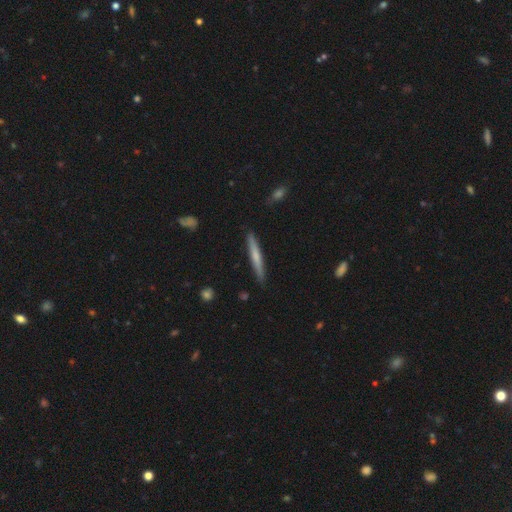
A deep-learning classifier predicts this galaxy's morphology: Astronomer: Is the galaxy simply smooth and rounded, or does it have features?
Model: smooth — 56% (runner-up: featured or disk, 39%).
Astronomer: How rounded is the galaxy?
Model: cigar-shaped — 96%.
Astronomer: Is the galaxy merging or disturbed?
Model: none — 89%.